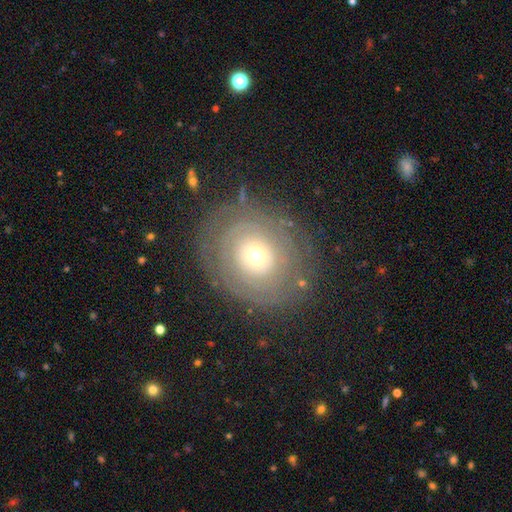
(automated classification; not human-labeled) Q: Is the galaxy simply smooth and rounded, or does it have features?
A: featured or disk — 61%.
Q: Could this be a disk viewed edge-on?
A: no — 96%.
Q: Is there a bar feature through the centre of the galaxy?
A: no — 88%.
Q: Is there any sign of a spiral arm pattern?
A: yes — 56%.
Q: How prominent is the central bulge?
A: moderate — 51%.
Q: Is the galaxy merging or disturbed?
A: none — 79%.